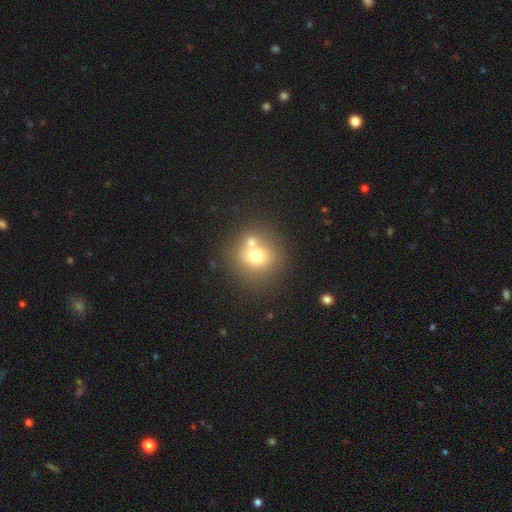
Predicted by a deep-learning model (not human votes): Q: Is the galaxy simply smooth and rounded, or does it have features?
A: smooth — 68%.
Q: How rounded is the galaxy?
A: round — 87%.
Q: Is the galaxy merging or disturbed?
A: none — 55%.